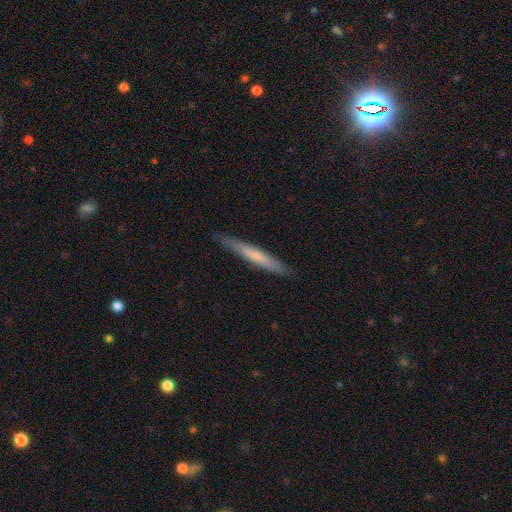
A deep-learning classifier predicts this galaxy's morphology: Smooth or featured: smooth — 60% (featured or disk — 35%)
How rounded: cigar-shaped — 96% (in between — 3%)
Merging: none — 89% (minor disturbance — 9%)